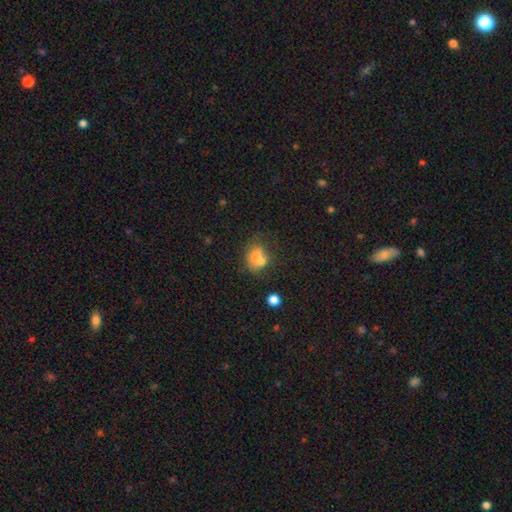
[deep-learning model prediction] smooth_or_featured: smooth (p=0.66) [alt: featured or disk p=0.19]
how_rounded: round (p=0.54) [alt: in between p=0.45]
merging: merger (p=0.44) [alt: none p=0.36]